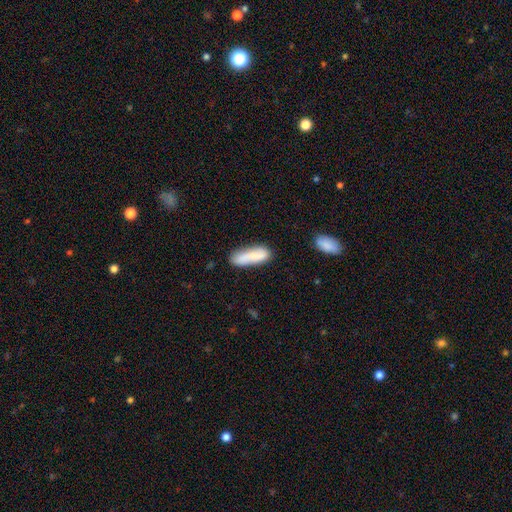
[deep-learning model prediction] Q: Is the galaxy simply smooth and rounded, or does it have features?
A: smooth — 78%.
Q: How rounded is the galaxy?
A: cigar-shaped — 52%.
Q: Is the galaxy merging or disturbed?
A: none — 69%.